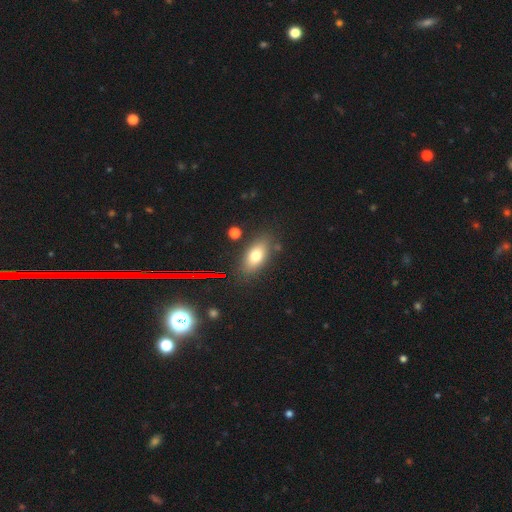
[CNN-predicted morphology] This appears to be a smooth galaxy with no disk features (74%) that is in between round and cigar-shaped (84%). Merging: none (81%).